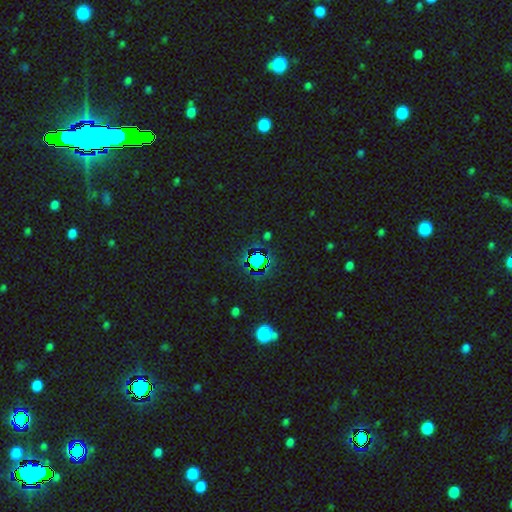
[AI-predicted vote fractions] A star or artifact, not a galaxy (70%).